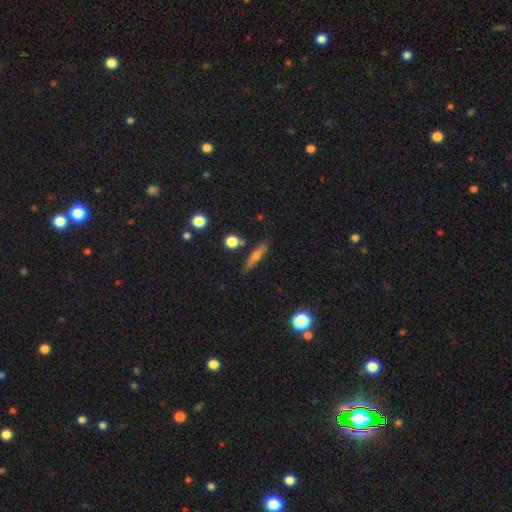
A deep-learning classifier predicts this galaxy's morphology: smooth-or-featured: smooth: 62% | featured or disk: 29% | star or artifact: 9%
  how-rounded: cigar-shaped: 80% | in between: 15% | round: 5%
  merging: none: 80% | minor disturbance: 12% | merger: 5% | major disturbance: 3%